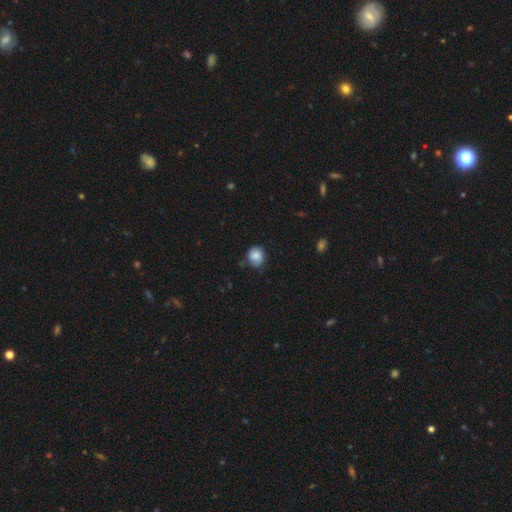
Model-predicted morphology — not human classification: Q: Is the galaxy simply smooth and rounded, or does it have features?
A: smooth — 69%.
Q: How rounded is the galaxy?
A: round — 74%.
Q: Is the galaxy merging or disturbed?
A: none — 57%.